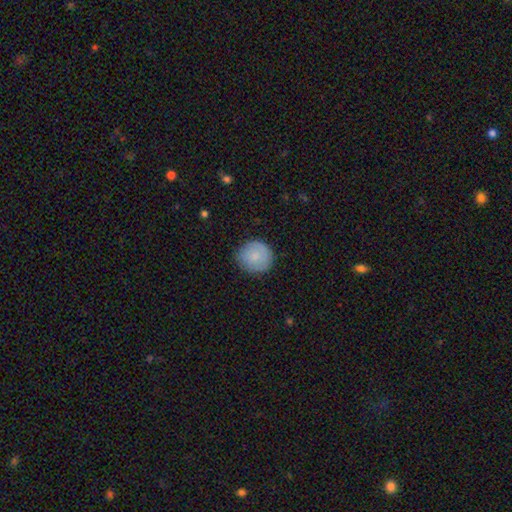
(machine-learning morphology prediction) Overall: smooth (80%). How rounded: round (90%). Merging: none (82%).